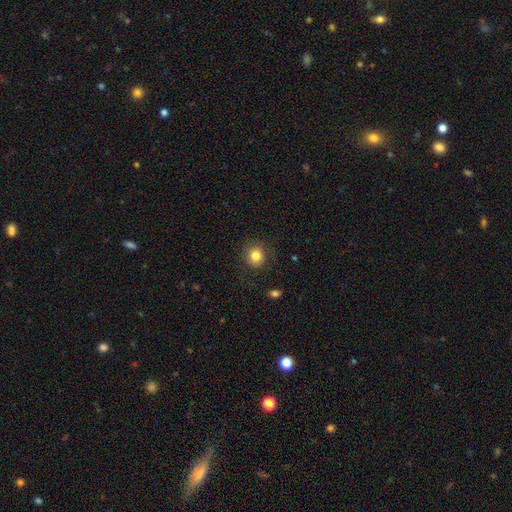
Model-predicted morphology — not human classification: The model was most divided on "how rounded": round: 84%, in between: 15%, cigar-shaped: 1%. More confident: merging — none (86%); smooth or featured — smooth (83%).